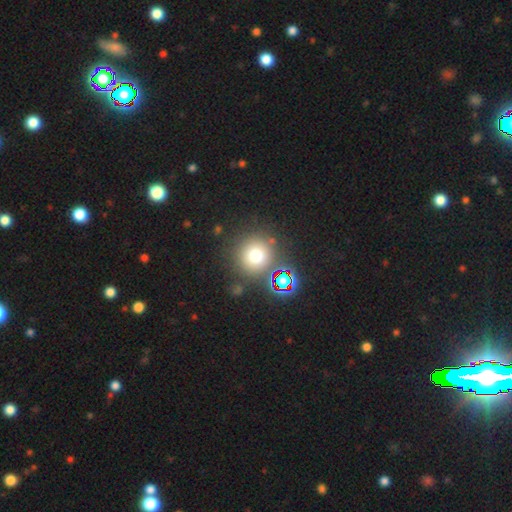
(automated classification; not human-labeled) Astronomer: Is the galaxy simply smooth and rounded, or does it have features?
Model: smooth — 69%.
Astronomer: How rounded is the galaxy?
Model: round — 94%.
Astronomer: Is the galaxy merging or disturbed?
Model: none — 80%.